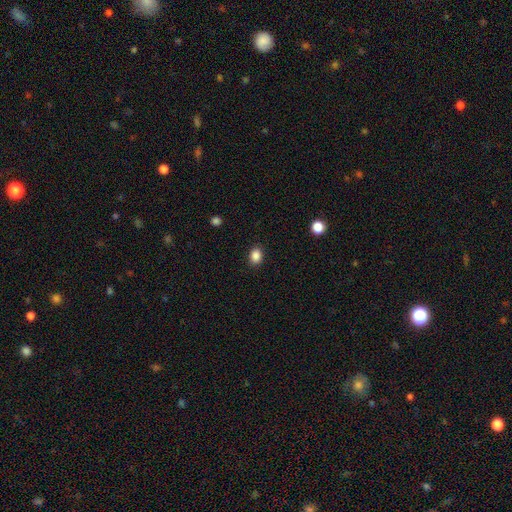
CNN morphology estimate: Smooth or featured? smooth (87%)
How rounded? in between (61%)
Merging? none (89%)